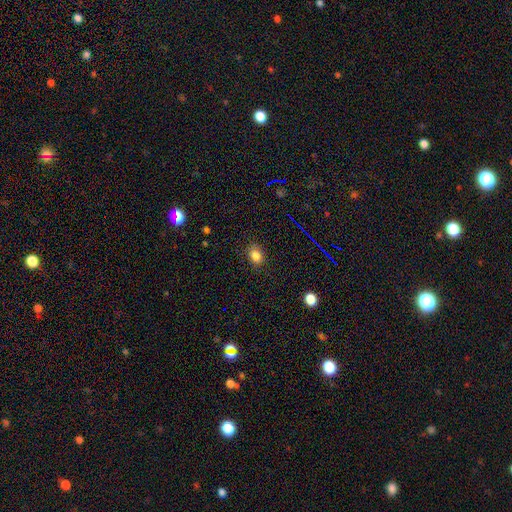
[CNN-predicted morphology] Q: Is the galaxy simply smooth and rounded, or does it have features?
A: smooth — 82%.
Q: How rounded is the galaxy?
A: in between — 56%.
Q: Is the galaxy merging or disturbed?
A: none — 84%.